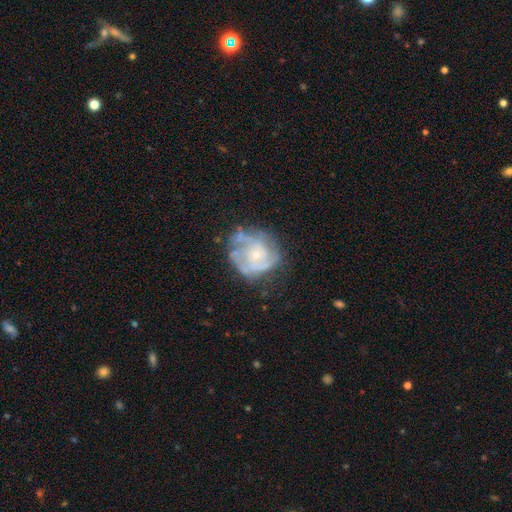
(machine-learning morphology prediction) Smooth or featured? Predicted: featured or disk (p=0.75). Edge-on disk? Predicted: no (p=0.98). Bar? Predicted: no (p=0.82). Spiral arms? Predicted: yes (p=0.70). Spiral winding? Predicted: tight (p=0.52). Spiral arm count? Predicted: can't tell (p=0.42). Bulge size? Predicted: small (p=0.70). Merging? Predicted: none (p=0.55).